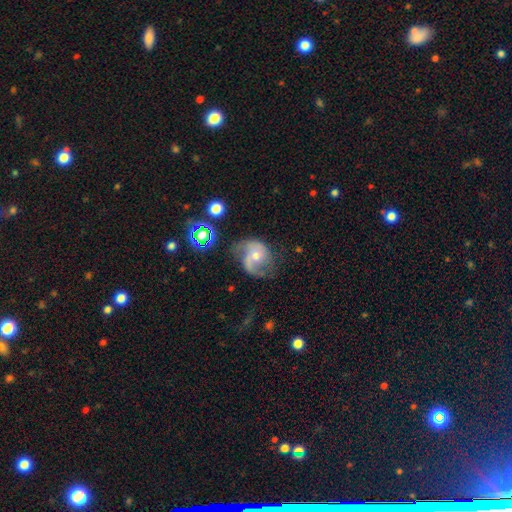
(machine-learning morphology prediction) Smooth or featured: featured or disk — 73% (smooth — 18%)
Edge-on disk: no — 97% (yes — 3%)
Bar: no — 67% (weak — 27%)
Spiral arms: yes — 90% (no — 10%)
Spiral winding: loose — 43% (medium — 42%)
Spiral arm count: 2 — 74% (1 — 14%)
Bulge size: moderate — 53% (small — 41%)
Merging: none — 45% (minor disturbance — 26%)